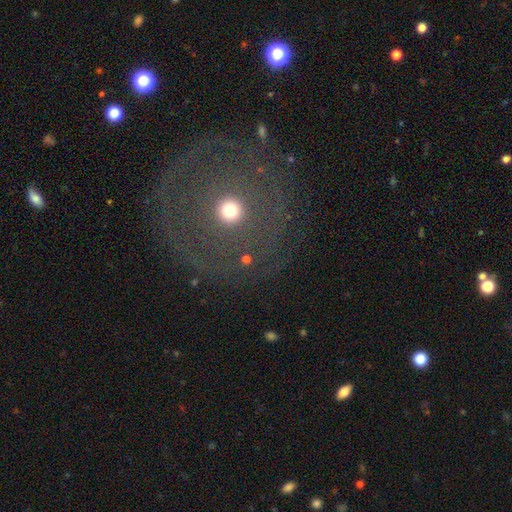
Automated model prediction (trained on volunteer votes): Smooth or featured?
  - featured or disk: 42% *
  - smooth: 38%
  - star or artifact: 19%
Merging?
  - none: 84% *
  - minor disturbance: 9%
  - major disturbance: 5%
  - merger: 2%